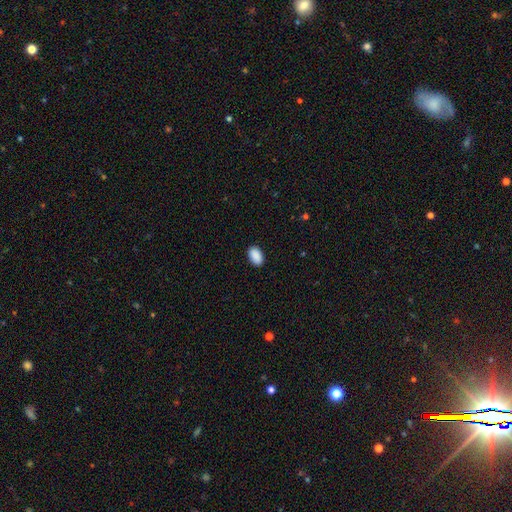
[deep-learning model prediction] smooth_or_featured: smooth (p=0.91) [alt: star or artifact p=0.07]
how_rounded: in between (p=0.92) [alt: round p=0.07]
merging: none (p=0.89) [alt: minor disturbance p=0.08]